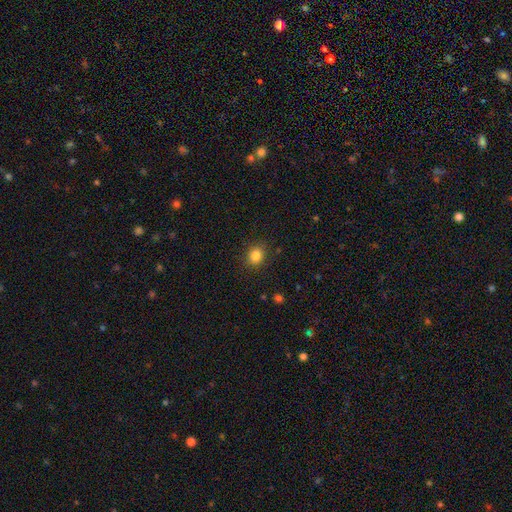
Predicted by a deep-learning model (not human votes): smooth 84%, star or artifact 11%, featured or disk 5%. Down the decision tree: how rounded — round (69%); merging — none (87%).